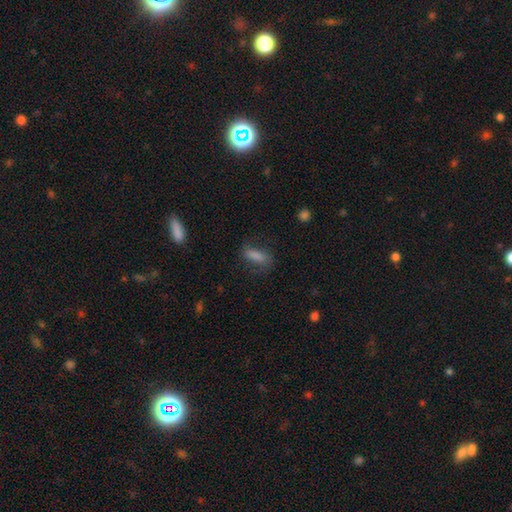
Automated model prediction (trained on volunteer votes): Overall: smooth (71%). How rounded: in between (59%; cigar-shaped 36%). Merging: none (67%).